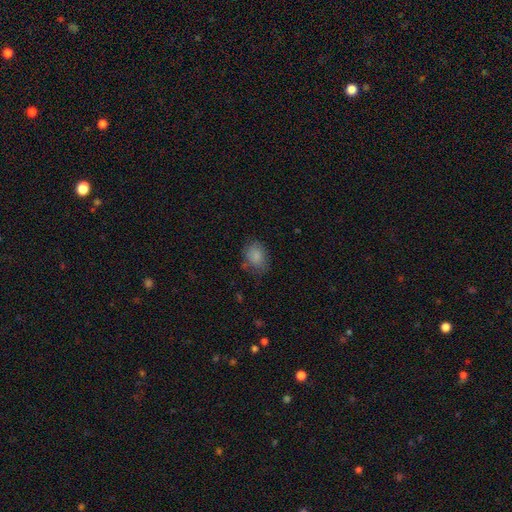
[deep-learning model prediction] Smooth or featured?
  - smooth: 84% *
  - star or artifact: 9%
  - featured or disk: 7%
How rounded?
  - in between: 61% *
  - round: 38%
  - cigar-shaped: 1%
Merging?
  - none: 65% *
  - minor disturbance: 25%
  - major disturbance: 8%
  - merger: 2%